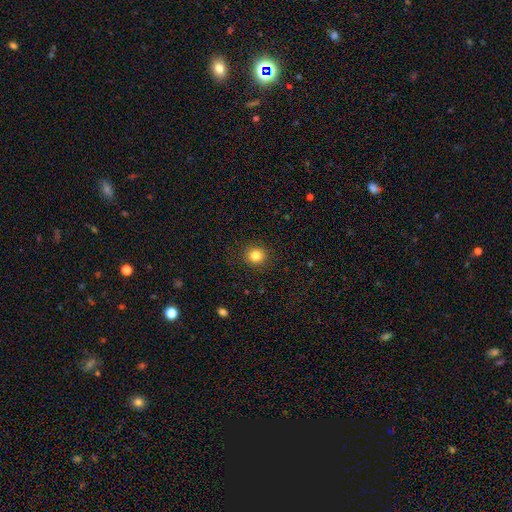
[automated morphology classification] A smooth galaxy with no disk features (83%) that is round (89%). Merging: none (91%).